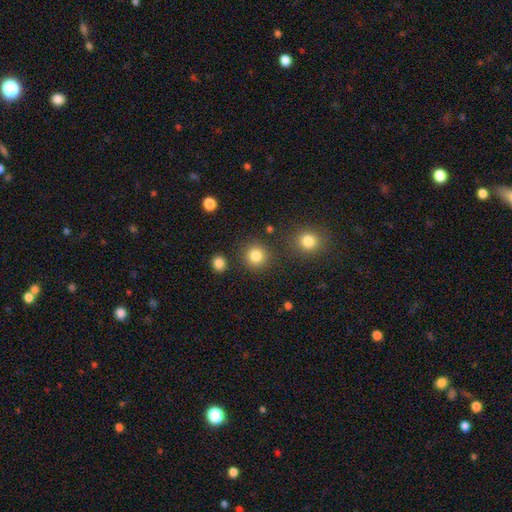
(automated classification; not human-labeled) Morphology: type=smooth (84%); roundness=round (92%); merging=none (86%).